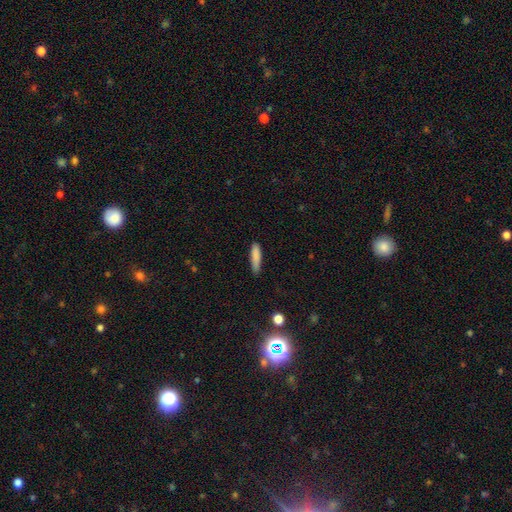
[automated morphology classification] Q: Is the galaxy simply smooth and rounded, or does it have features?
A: smooth — 84%.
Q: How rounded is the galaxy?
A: cigar-shaped — 79%.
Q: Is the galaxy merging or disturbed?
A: none — 79%.